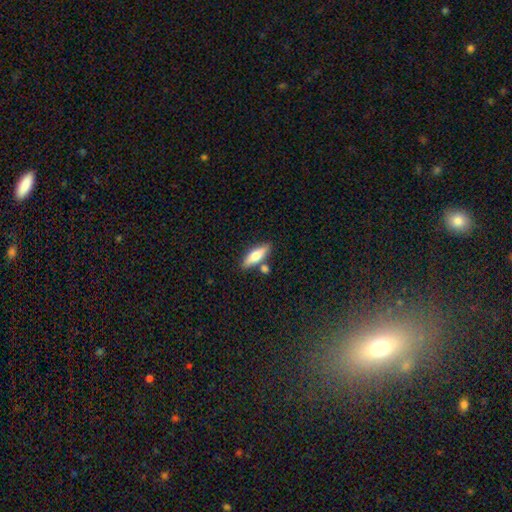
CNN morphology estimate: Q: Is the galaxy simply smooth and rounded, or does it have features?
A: smooth — 61%.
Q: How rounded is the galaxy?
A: in between — 52%.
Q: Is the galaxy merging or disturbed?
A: none — 74%.